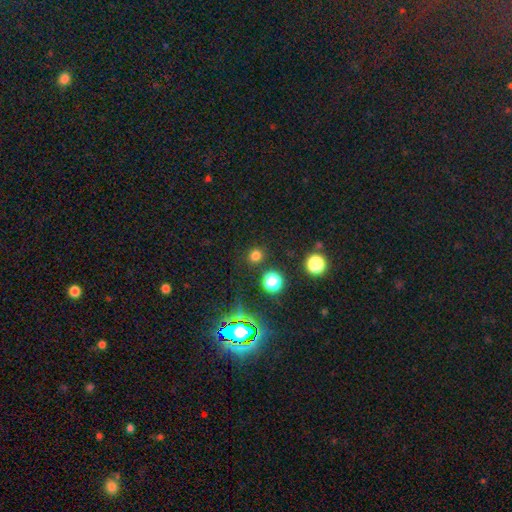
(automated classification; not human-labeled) This is likely a smooth galaxy (70%). How rounded: clearly round (89%). Merging: clearly none (88%).